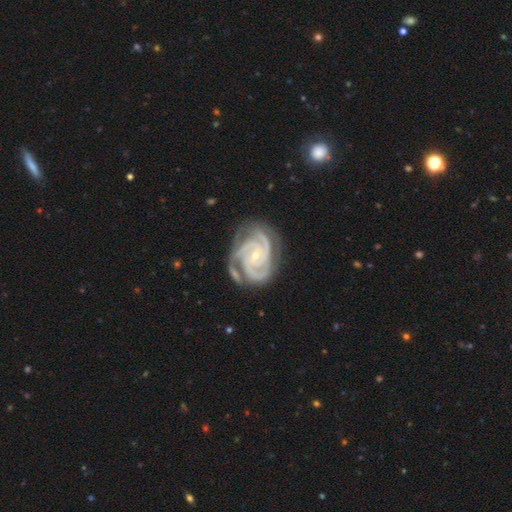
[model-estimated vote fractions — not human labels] Overall: featured or disk (93%). Edge-on disk: no (98%). Bar: no (63%; weak 26%). Spiral arms: yes (99%). Spiral arm count: 3 (58%). Spiral winding: tight (72%). Bulge size: small (77%). Merging: none (66%).